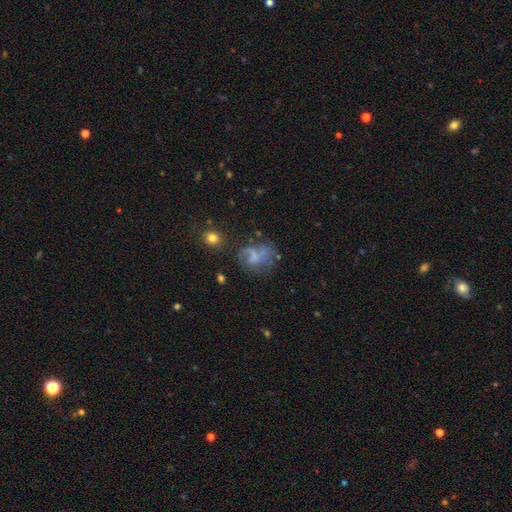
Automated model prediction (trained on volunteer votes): smooth_or_featured: featured or disk (p=0.43) [alt: smooth p=0.39]
merging: major disturbance (p=0.36) [alt: none p=0.34]